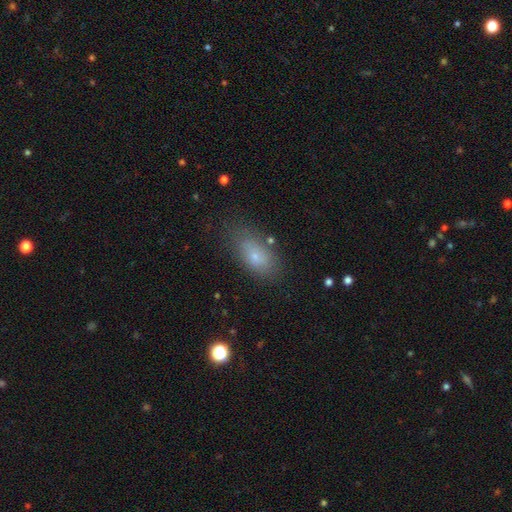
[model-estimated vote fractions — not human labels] This appears to be a smooth galaxy with no disk features (74%) that is in between round and cigar-shaped (87%). Merging: none (72%).